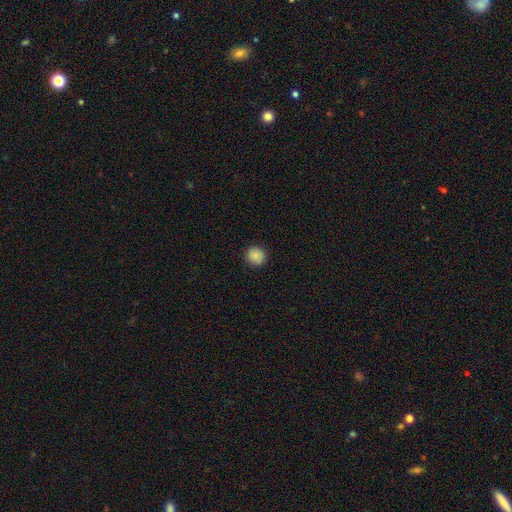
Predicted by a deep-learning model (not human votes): This appears to be a smooth galaxy with no disk features (86%) that is round (92%). Merging: none (89%).